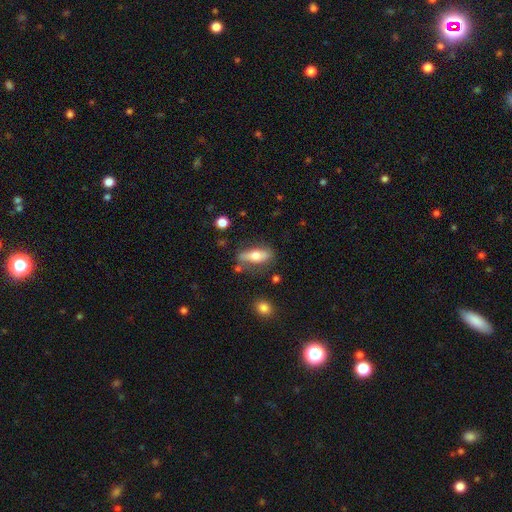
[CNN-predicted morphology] A smooth galaxy with no disk features (60%) that is in between round and cigar-shaped (67%). Merging: none (68%).